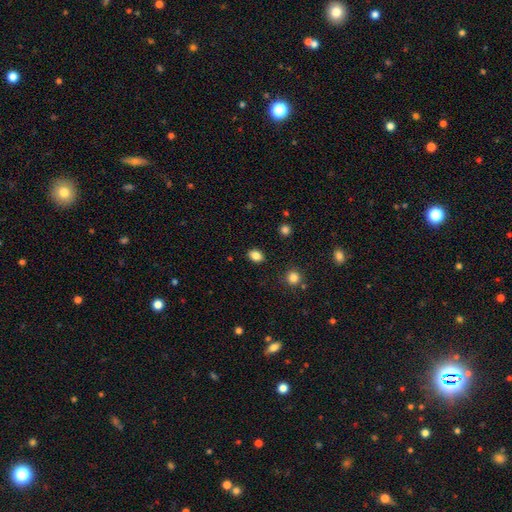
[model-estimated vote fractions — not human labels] smooth_or_featured: smooth (p=0.84) [alt: star or artifact p=0.10]
how_rounded: in between (p=0.78) [alt: round p=0.20]
merging: none (p=0.87) [alt: minor disturbance p=0.09]